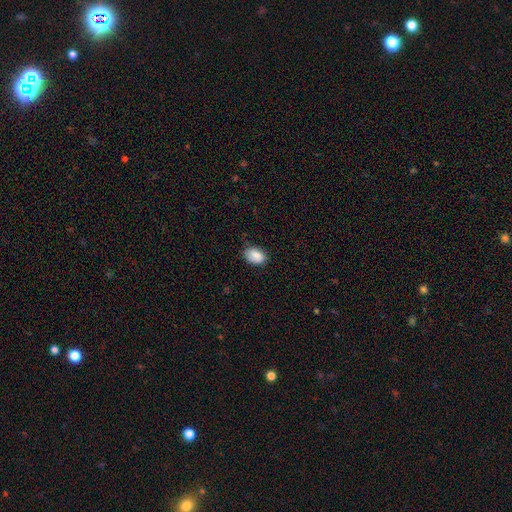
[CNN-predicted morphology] Smooth or featured?
  - smooth: 87% *
  - star or artifact: 7%
  - featured or disk: 6%
How rounded?
  - in between: 86% *
  - round: 13%
  - cigar-shaped: 1%
Merging?
  - none: 69% *
  - minor disturbance: 25%
  - major disturbance: 4%
  - merger: 1%